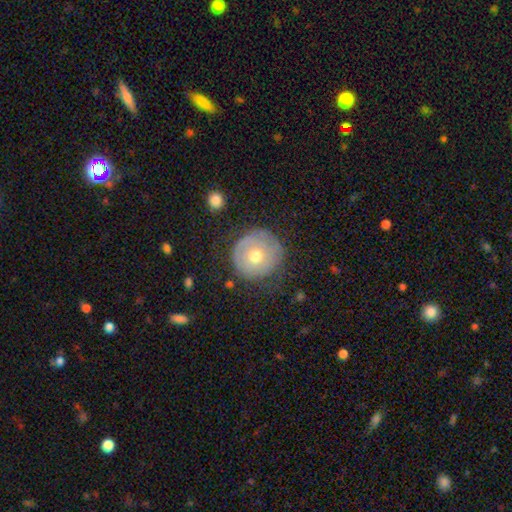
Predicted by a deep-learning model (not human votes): Q: Smooth or featured?
A: smooth (53%); runner-up: featured or disk (39%)
Q: How rounded?
A: round (92%); runner-up: in between (7%)
Q: Merging?
A: none (74%); runner-up: minor disturbance (18%)